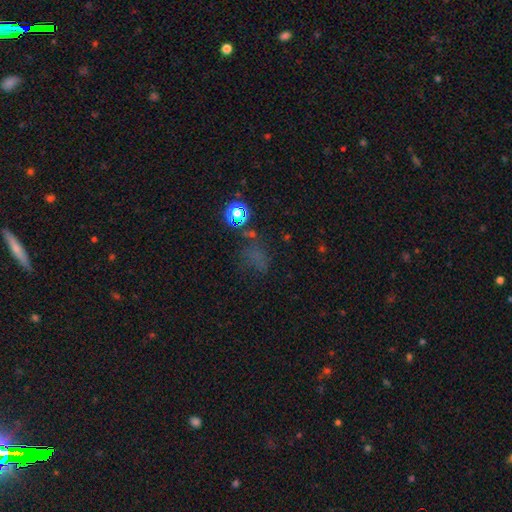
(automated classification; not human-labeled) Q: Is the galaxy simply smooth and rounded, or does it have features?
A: smooth — 43%, tied with star or artifact.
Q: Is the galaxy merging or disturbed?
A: none — 57%.